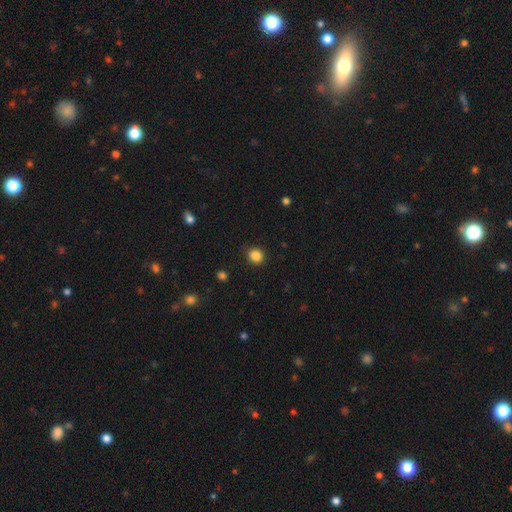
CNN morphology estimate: A smooth galaxy with no disk features (86%) that is round (85%).

Vote fractions:
- Smooth or featured? smooth: 86% / star or artifact: 11% / featured or disk: 3%
- How rounded? round: 85% / in between: 14% / cigar-shaped: 1%
- Merging? none: 90% / minor disturbance: 7% / major disturbance: 2% / merger: 1%